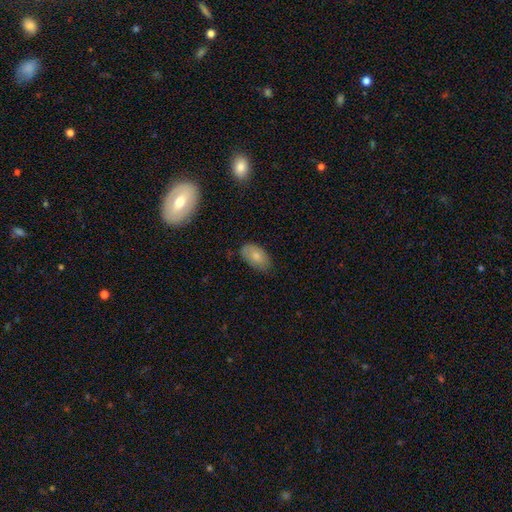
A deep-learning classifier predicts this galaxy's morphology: Smooth or featured?
  - smooth: 78% *
  - featured or disk: 15%
  - star or artifact: 7%
How rounded?
  - in between: 93% *
  - round: 5%
  - cigar-shaped: 2%
Merging?
  - none: 73% *
  - minor disturbance: 22%
  - major disturbance: 4%
  - merger: 1%